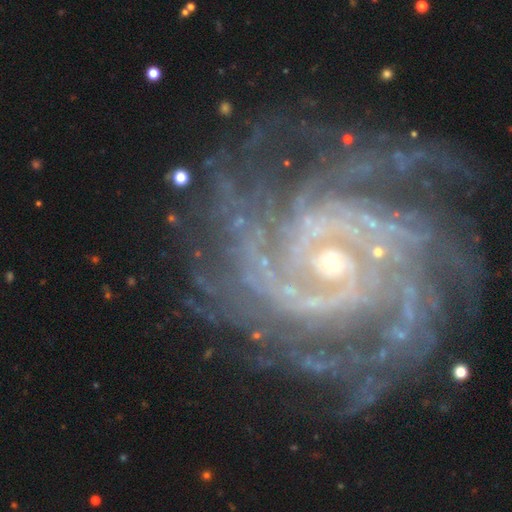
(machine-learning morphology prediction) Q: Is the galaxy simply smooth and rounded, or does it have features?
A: featured or disk — 92%.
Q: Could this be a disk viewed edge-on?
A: no — 98%.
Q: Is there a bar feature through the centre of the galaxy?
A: no — 61%.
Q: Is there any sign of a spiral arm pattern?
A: yes — 99%.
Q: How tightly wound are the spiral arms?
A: tight — 73%.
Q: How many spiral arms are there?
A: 2 — 21%.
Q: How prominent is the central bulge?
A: small — 67%.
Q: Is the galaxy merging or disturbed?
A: none — 72%.